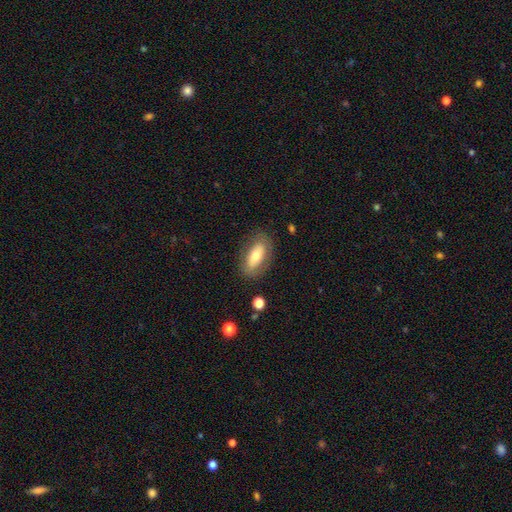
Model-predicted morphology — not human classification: Smooth or featured? Predicted: smooth (p=0.63). How rounded? Predicted: in between (p=0.84). Merging? Predicted: none (p=0.80).